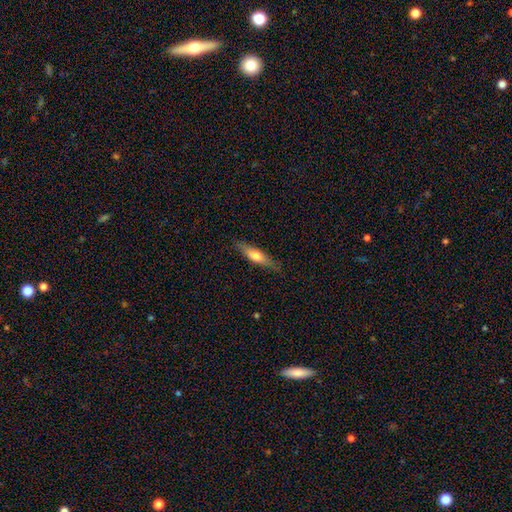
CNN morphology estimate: smooth 59%, featured or disk 36%, star or artifact 6%. Down the decision tree: how rounded — cigar-shaped (71%); merging — none (83%).